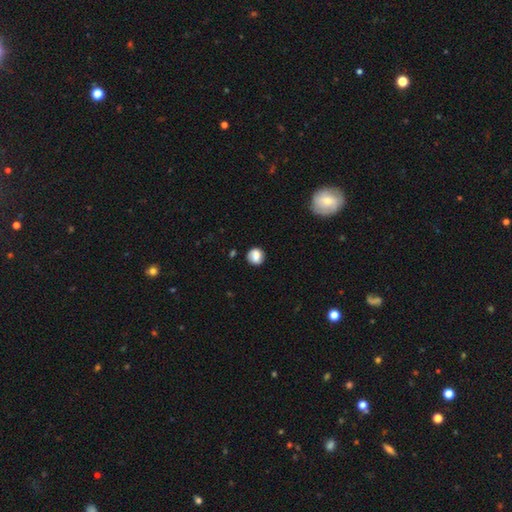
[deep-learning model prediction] Overall: smooth (81%). How rounded: round (82%). Merging: none (80%).